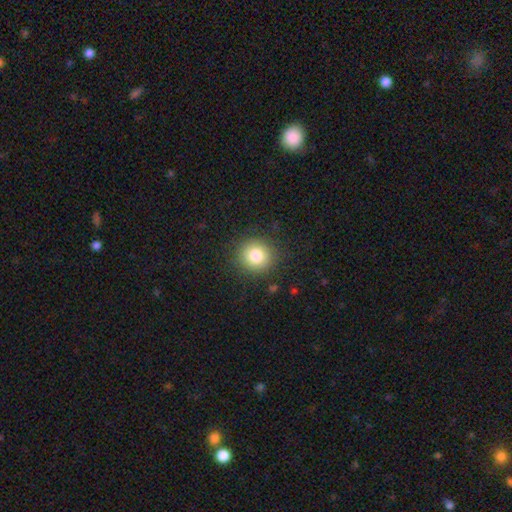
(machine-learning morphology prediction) type=smooth (80%); roundness=round (91%); merging=none (88%).